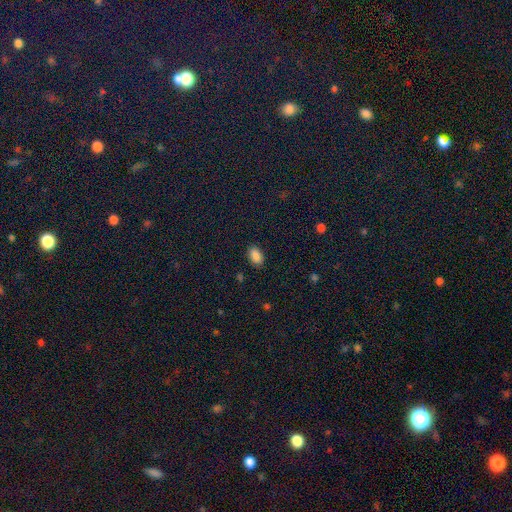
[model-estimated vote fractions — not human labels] smooth_or_featured: smooth (p=0.87) [alt: star or artifact p=0.09]
how_rounded: in between (p=0.90) [alt: round p=0.09]
merging: none (p=0.88) [alt: minor disturbance p=0.09]